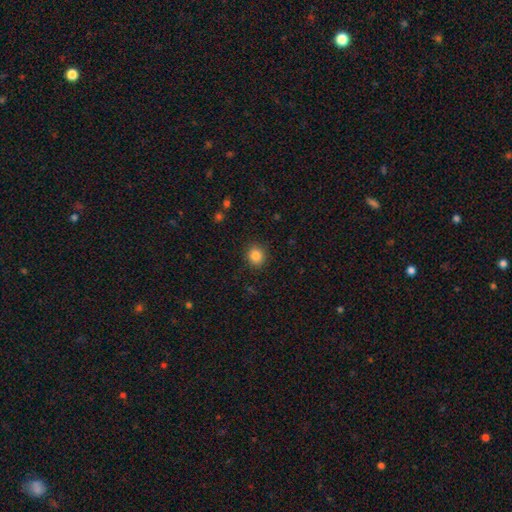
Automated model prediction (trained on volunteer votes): This appears to be a smooth galaxy with no disk features (85%) that is round (84%). Merging: none (90%).